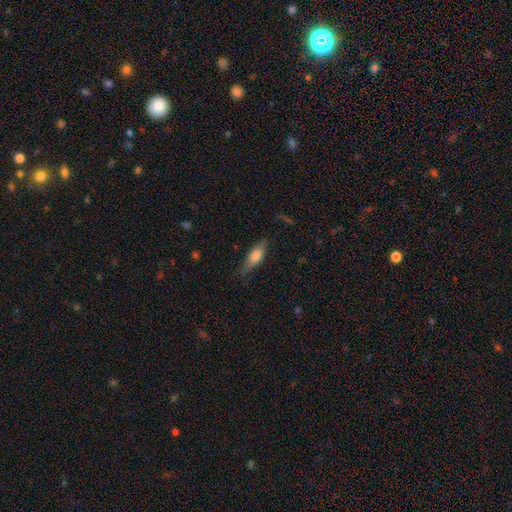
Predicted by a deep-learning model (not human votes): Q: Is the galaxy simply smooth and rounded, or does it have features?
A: smooth — 69%.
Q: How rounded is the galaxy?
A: in between — 55%.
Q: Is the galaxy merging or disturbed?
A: none — 72%.